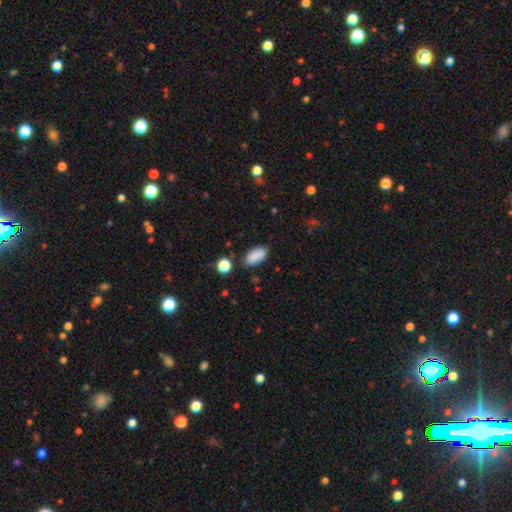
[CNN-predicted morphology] A smooth galaxy with no disk features (87%) that is in between round and cigar-shaped (92%).

Vote fractions:
- Smooth or featured? smooth: 87% / star or artifact: 8% / featured or disk: 5%
- How rounded? in between: 92% / round: 4% / cigar-shaped: 3%
- Merging? none: 77% / minor disturbance: 15% / merger: 4% / major disturbance: 4%